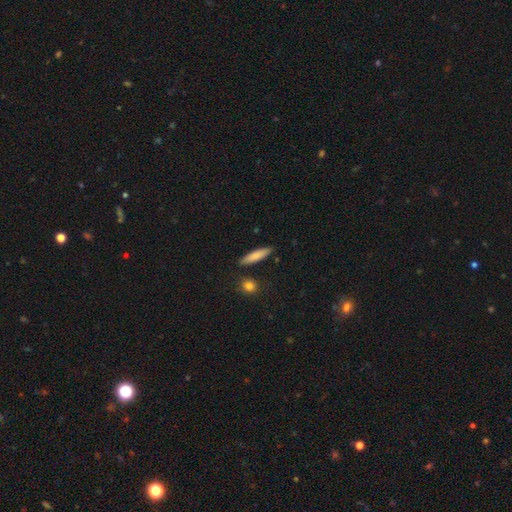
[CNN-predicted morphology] type=smooth (81%); roundness=cigar-shaped (75%); merging=none (87%).